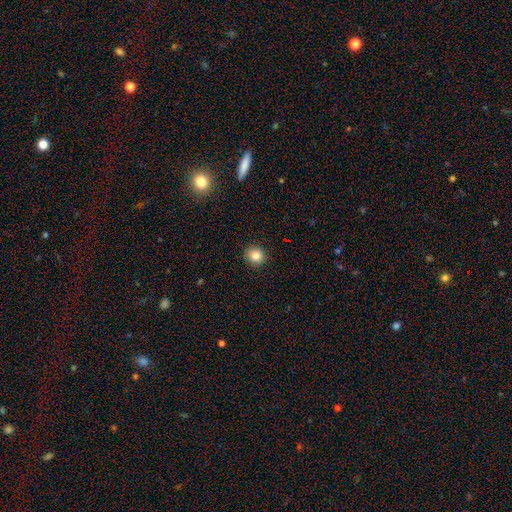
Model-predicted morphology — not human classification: smooth 85%, star or artifact 10%, featured or disk 5%. Down the decision tree: how rounded — round (88%); merging — none (92%).